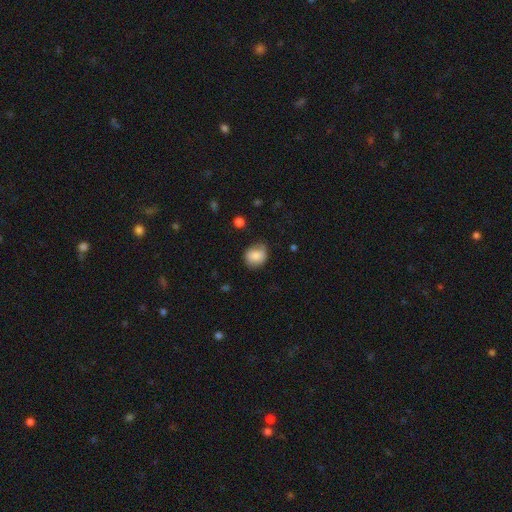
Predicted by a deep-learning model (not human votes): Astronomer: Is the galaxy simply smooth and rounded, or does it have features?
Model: smooth — 80%.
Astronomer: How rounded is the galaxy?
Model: round — 65%.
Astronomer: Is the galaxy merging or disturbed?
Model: none — 70%.